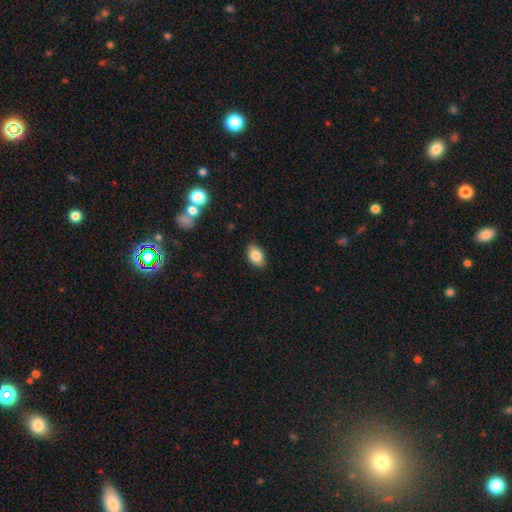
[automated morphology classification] A smooth galaxy with no disk features (83%) that is in between round and cigar-shaped (89%). Merging: none (87%).